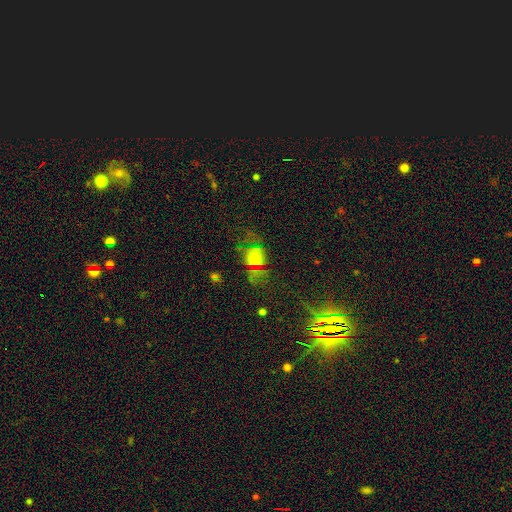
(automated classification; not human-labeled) Q: Smooth or featured?
A: smooth (46%); runner-up: featured or disk (27%)
Q: Merging?
A: none (54%); runner-up: major disturbance (24%)